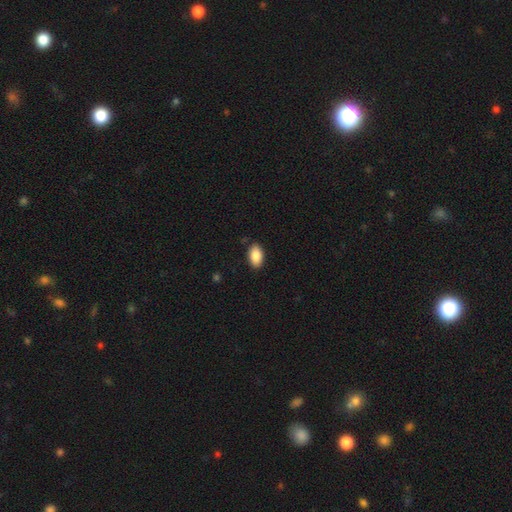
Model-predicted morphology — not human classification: Smooth or featured: smooth — 88% (star or artifact — 7%)
How rounded: in between — 94% (round — 4%)
Merging: none — 86% (minor disturbance — 11%)